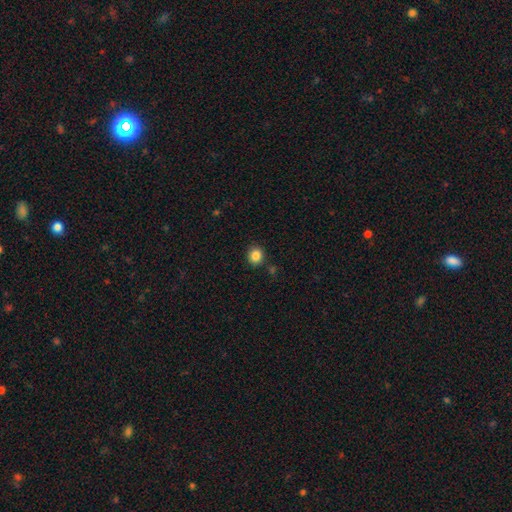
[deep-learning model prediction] A smooth galaxy with no disk features (86%) that is round (81%). Merging: none (87%).